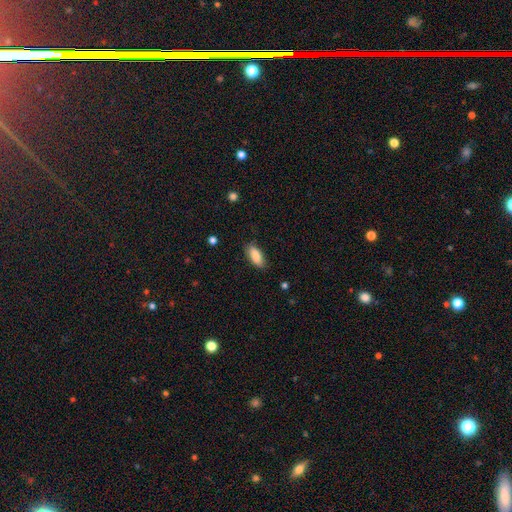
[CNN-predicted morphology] Smooth or featured? Predicted: smooth (p=0.87). How rounded? Predicted: in between (p=0.82). Merging? Predicted: none (p=0.82).